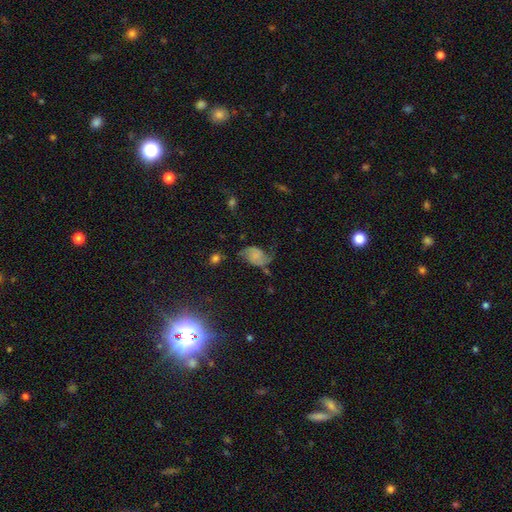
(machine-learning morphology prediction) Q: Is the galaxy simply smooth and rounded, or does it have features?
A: featured or disk — 69%.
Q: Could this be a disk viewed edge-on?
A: no — 98%.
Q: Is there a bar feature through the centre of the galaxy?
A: no — 67%.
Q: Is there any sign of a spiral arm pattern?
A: yes — 93%.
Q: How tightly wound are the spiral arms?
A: loose — 56%.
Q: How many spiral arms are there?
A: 2 — 90%.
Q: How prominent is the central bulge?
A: none — 54%.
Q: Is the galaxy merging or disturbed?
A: none — 54%.